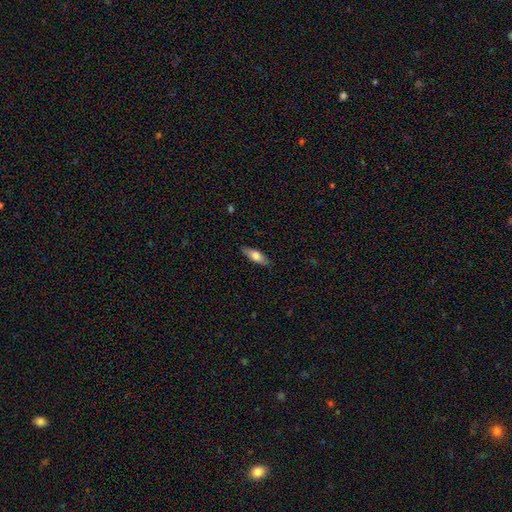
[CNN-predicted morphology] Overall: smooth (72%). How rounded: in between (60%; cigar-shaped 38%). Merging: none (86%).